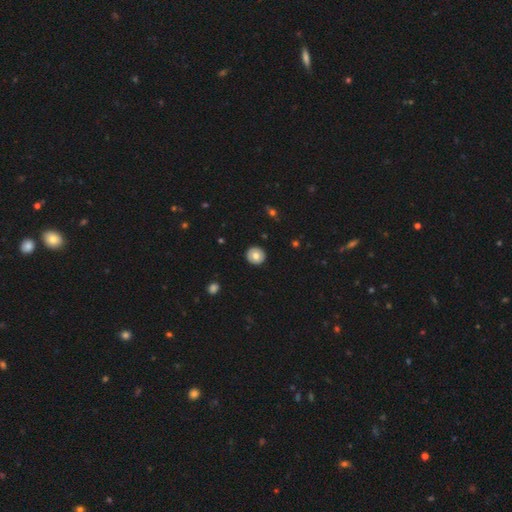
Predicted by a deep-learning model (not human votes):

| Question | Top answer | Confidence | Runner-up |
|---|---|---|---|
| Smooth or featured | smooth | 72% | featured or disk (21%) |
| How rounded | round | 93% | in between (6%) |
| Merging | none | 91% | minor disturbance (6%) |